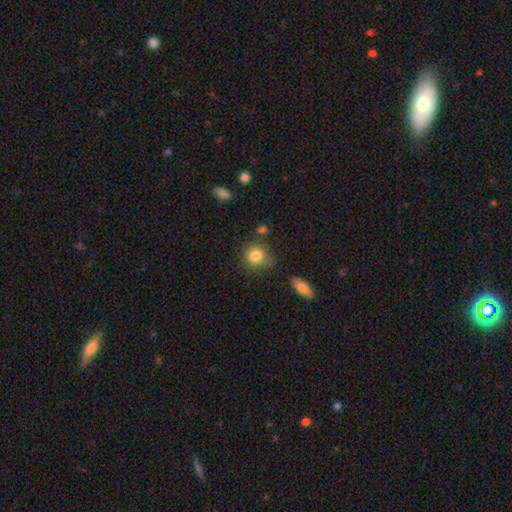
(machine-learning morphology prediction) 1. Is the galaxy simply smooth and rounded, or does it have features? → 83% smooth, 10% star or artifact, 7% featured or disk.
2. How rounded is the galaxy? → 87% round, 12% in between, 1% cigar-shaped.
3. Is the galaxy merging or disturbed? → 72% none, 16% minor disturbance, 7% merger, 5% major disturbance.